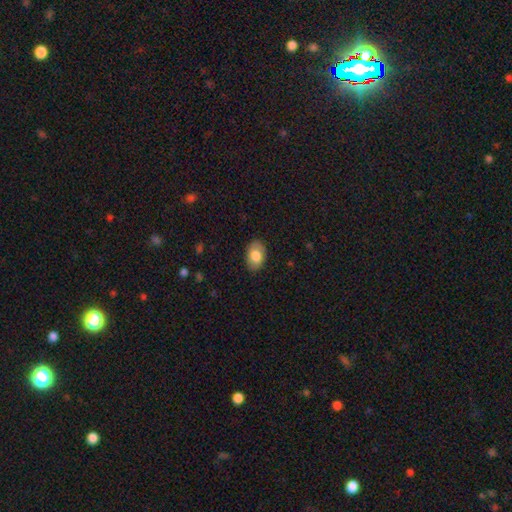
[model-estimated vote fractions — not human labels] Smooth or featured? smooth (79%)
How rounded? in between (88%)
Merging? none (86%)